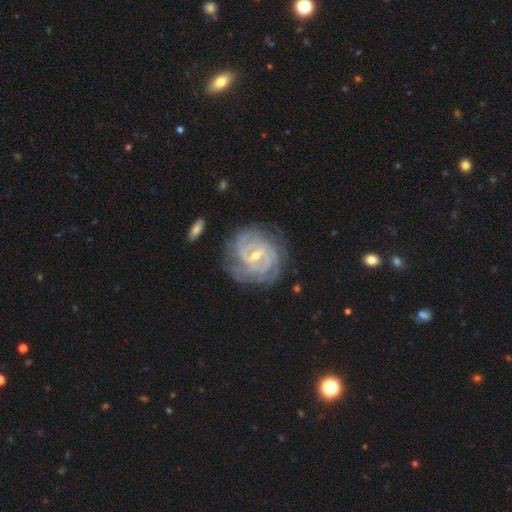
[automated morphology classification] This is clearly a featured or disk galaxy (90%). It is clearly not viewed edge-on (97%). Bar: possibly weak (52%). Spiral arm pattern: clearly yes (98%). Spiral arm count: marginally 3 (24%, tied with 2). Spiral winding: likely tight (77%). Central bulge: possibly small (57%). Merging: likely none (79%).